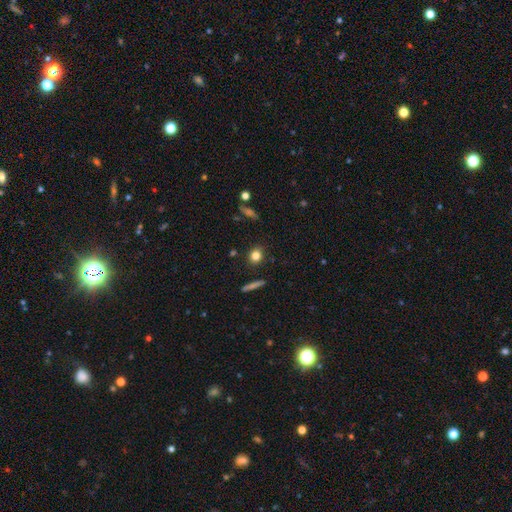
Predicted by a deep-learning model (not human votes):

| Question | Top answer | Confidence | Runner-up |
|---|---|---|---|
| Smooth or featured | smooth | 80% | star or artifact (11%) |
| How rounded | round | 70% | in between (25%) |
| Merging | none | 88% | minor disturbance (8%) |